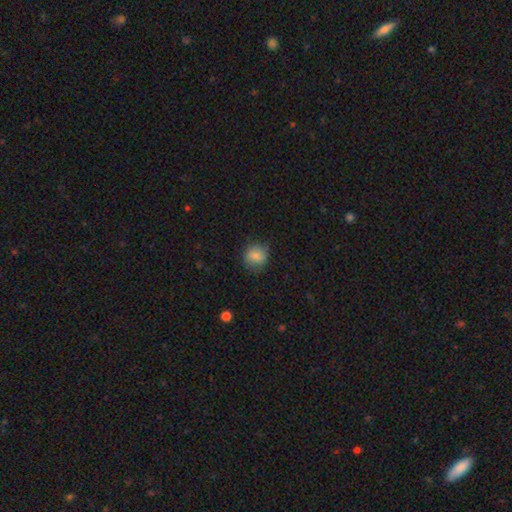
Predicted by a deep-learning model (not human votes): Smooth or featured? smooth (81%)
How rounded? round (83%)
Merging? none (79%)